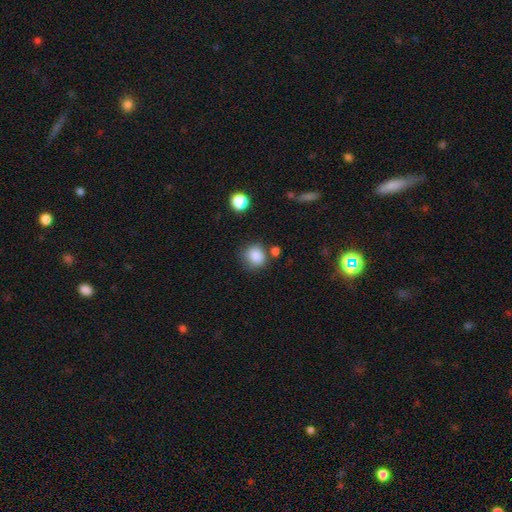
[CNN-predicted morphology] Smooth or featured? smooth (86%)
How rounded? round (80%)
Merging? none (71%)